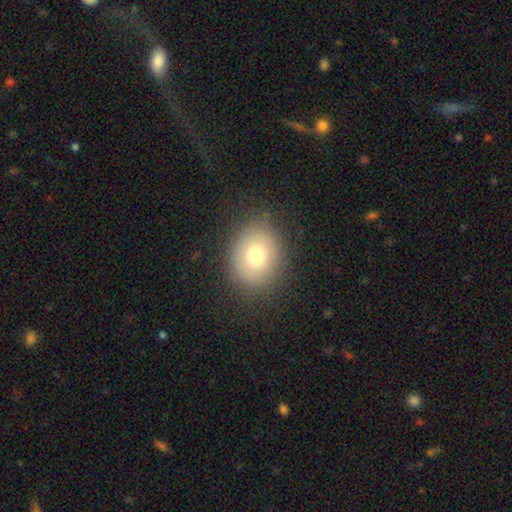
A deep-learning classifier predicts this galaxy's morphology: A smooth galaxy with no disk features (73%) that is round (54%).

Vote fractions:
- Smooth or featured? smooth: 73% / featured or disk: 16% / star or artifact: 11%
- How rounded? round: 54% / in between: 45% / cigar-shaped: 1%
- Merging? none: 84% / minor disturbance: 11% / major disturbance: 4% / merger: 1%